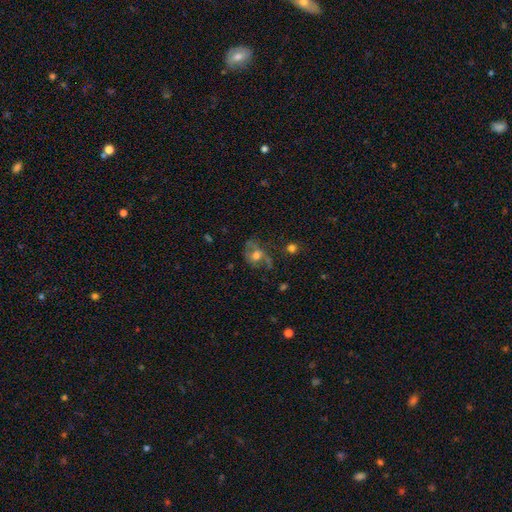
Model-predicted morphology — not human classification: Smooth or featured?
  - featured or disk: 52% *
  - smooth: 29%
  - star or artifact: 19%
Edge-on disk?
  - no: 95% *
  - yes: 5%
Merging?
  - none: 47% *
  - major disturbance: 28%
  - minor disturbance: 21%
  - merger: 5%